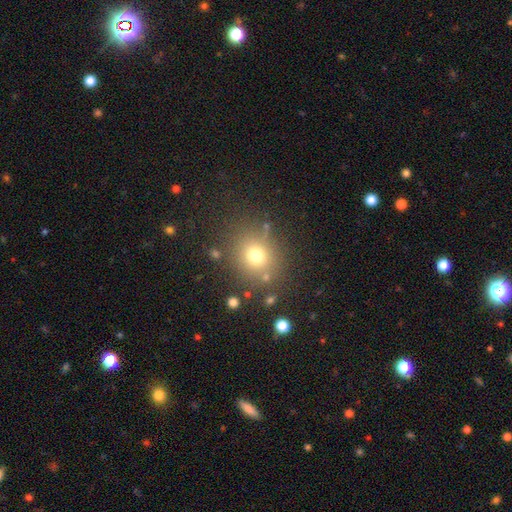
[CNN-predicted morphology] Smooth or featured?
  - smooth: 71% *
  - star or artifact: 18%
  - featured or disk: 11%
How rounded?
  - round: 81% *
  - in between: 18%
  - cigar-shaped: 1%
Merging?
  - none: 79% *
  - minor disturbance: 11%
  - merger: 5%
  - major disturbance: 5%